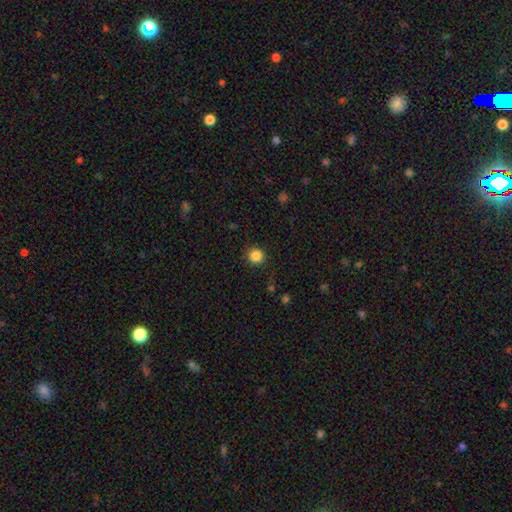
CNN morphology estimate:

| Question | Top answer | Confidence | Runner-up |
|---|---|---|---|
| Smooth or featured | smooth | 85% | star or artifact (11%) |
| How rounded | round | 94% | in between (5%) |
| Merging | none | 89% | minor disturbance (8%) |